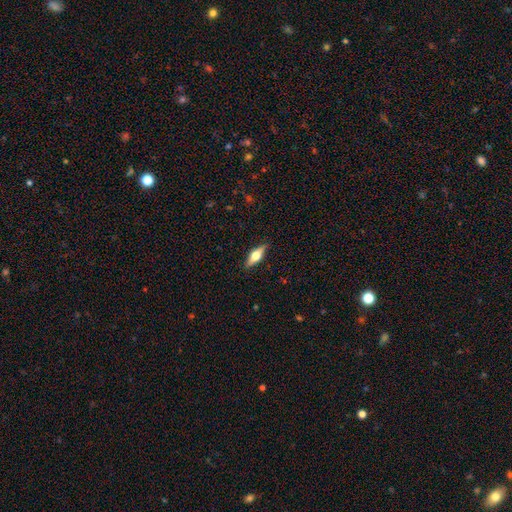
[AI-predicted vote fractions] Smooth or featured? Predicted: featured or disk (p=0.57). Edge-on disk? Predicted: yes (p=0.94). Edge-on bulge? Predicted: rounded (p=0.94). Merging? Predicted: none (p=0.88).